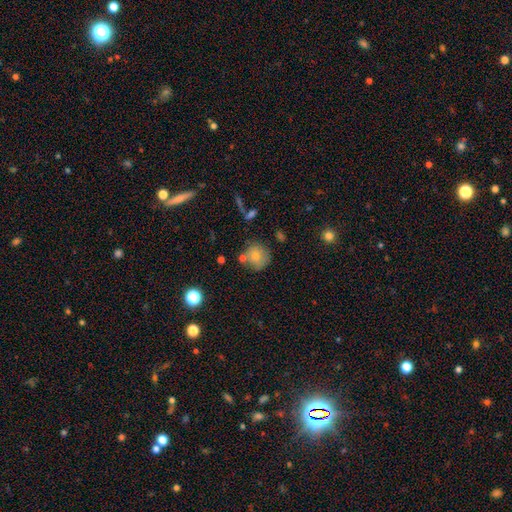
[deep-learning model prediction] smooth-or-featured: smooth: 76% | featured or disk: 13% | star or artifact: 11%
  how-rounded: round: 87% | in between: 12% | cigar-shaped: 1%
  merging: none: 67% | minor disturbance: 17% | merger: 11% | major disturbance: 5%